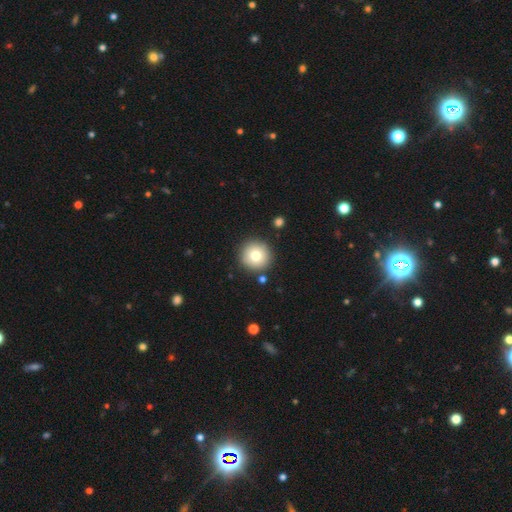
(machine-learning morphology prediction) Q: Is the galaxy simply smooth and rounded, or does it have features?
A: smooth — 76%.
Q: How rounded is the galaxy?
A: round — 96%.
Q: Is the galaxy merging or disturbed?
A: none — 89%.